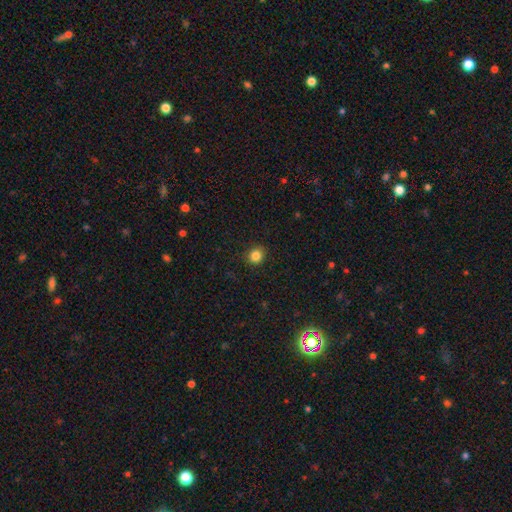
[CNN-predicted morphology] type=smooth (84%); roundness=round (84%); merging=none (90%).